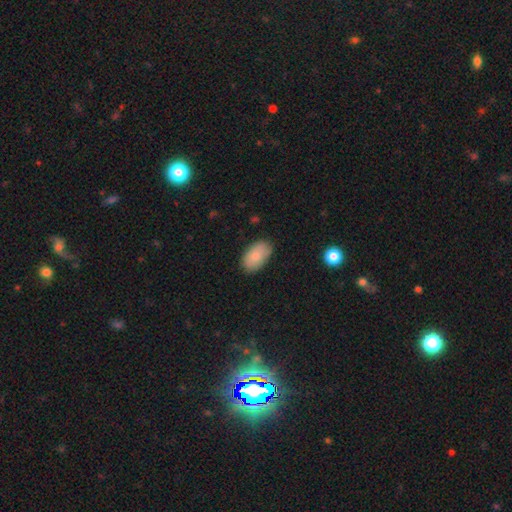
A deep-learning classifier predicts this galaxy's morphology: smooth-or-featured: smooth: 86% | featured or disk: 7% | star or artifact: 6%
  how-rounded: in between: 95% | round: 4% | cigar-shaped: 2%
  merging: none: 82% | minor disturbance: 14% | major disturbance: 3% | merger: 1%